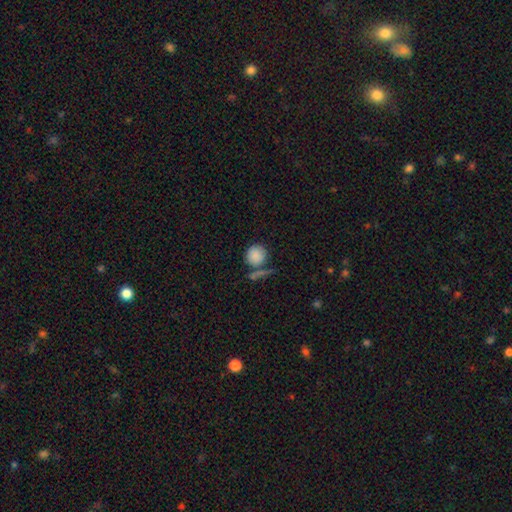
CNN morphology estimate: Q: Smooth or featured?
A: smooth (84%); runner-up: star or artifact (9%)
Q: How rounded?
A: round (89%); runner-up: in between (9%)
Q: Merging?
A: none (61%); runner-up: merger (17%)